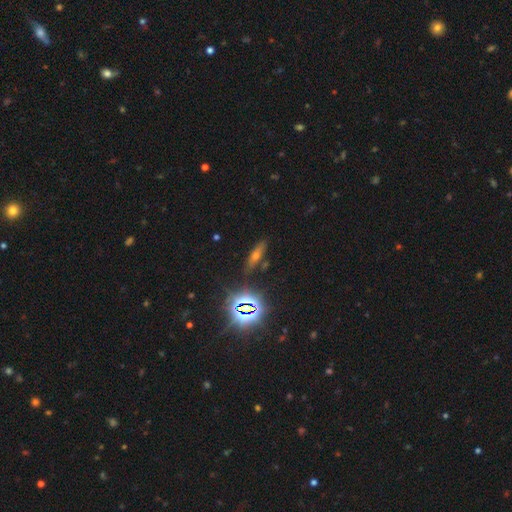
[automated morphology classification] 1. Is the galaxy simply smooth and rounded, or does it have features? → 37% star or artifact, 35% smooth, 28% featured or disk.